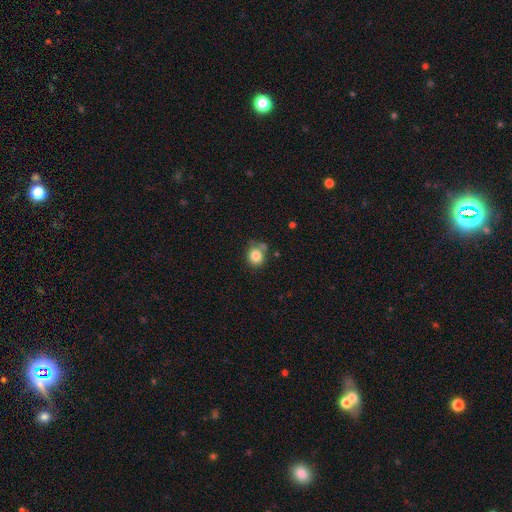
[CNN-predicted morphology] type=smooth (83%); roundness=round (80%); merging=none (65%).